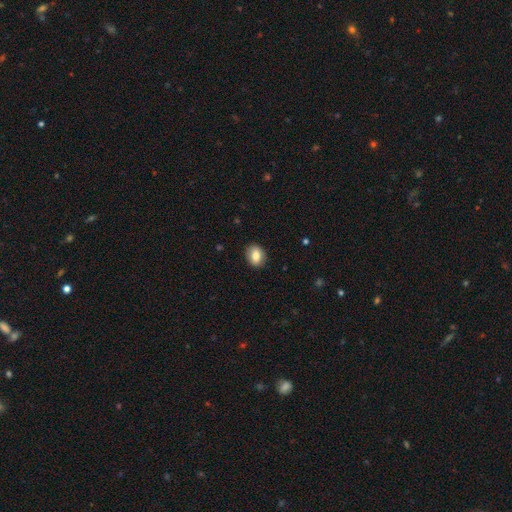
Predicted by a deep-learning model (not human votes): Smooth or featured? Predicted: smooth (p=0.83). How rounded? Predicted: in between (p=0.59). Merging? Predicted: none (p=0.89).